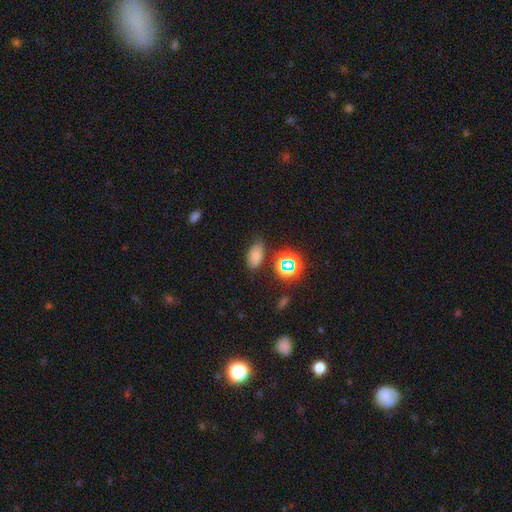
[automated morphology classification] Smooth or featured?
  - smooth: 70% *
  - star or artifact: 22%
  - featured or disk: 8%
How rounded?
  - in between: 88% *
  - round: 9%
  - cigar-shaped: 3%
Merging?
  - none: 77% *
  - minor disturbance: 15%
  - major disturbance: 4%
  - merger: 4%